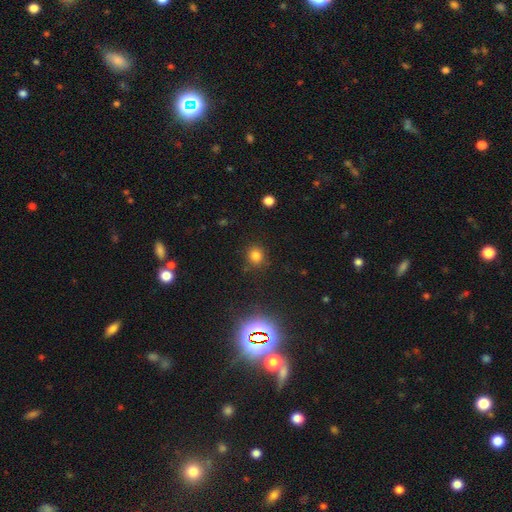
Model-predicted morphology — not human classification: type=smooth (77%); roundness=round (83%); merging=none (85%).